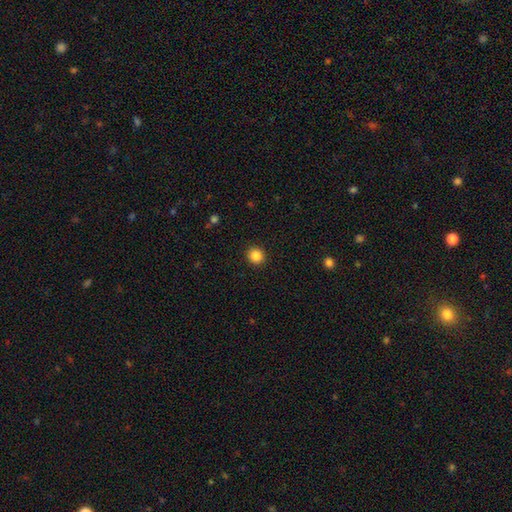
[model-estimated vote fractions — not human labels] Smooth or featured: smooth — 86% (star or artifact — 11%)
How rounded: round — 91% (in between — 8%)
Merging: none — 92% (minor disturbance — 5%)